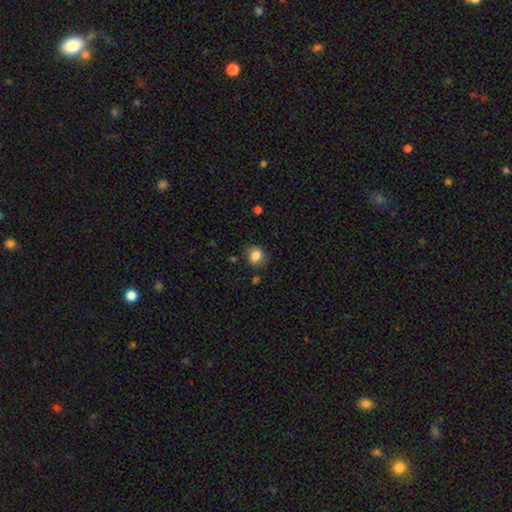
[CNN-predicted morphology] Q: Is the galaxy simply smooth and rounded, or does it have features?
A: smooth — 83%.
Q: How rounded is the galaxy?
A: round — 67%.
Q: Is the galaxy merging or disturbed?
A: none — 80%.